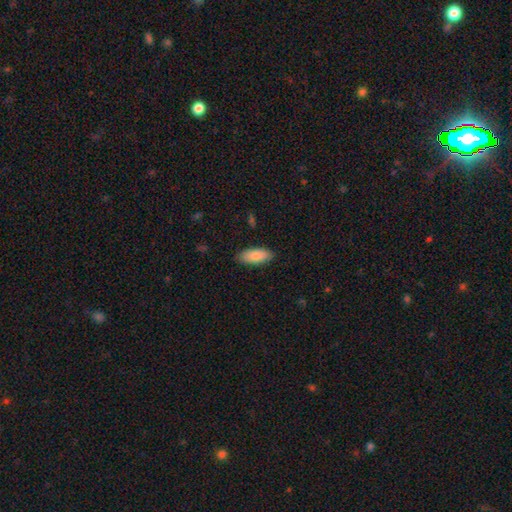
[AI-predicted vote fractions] A smooth galaxy with no disk features (86%) that is in between round and cigar-shaped (82%). Merging: none (87%).